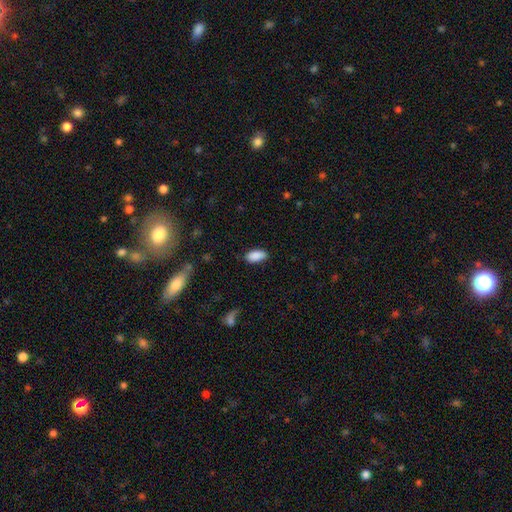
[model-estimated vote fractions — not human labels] Morphology: type=smooth (89%); roundness=in between (92%); merging=none (84%).